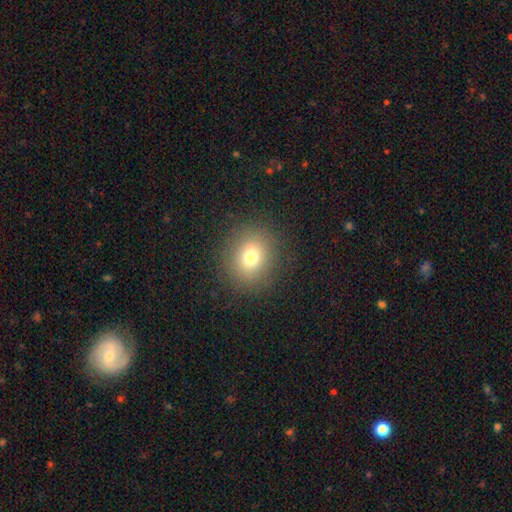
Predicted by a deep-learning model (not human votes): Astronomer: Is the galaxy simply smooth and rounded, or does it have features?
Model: smooth — 72%.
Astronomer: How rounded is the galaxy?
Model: round — 78%.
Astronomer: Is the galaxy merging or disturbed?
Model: none — 92%.